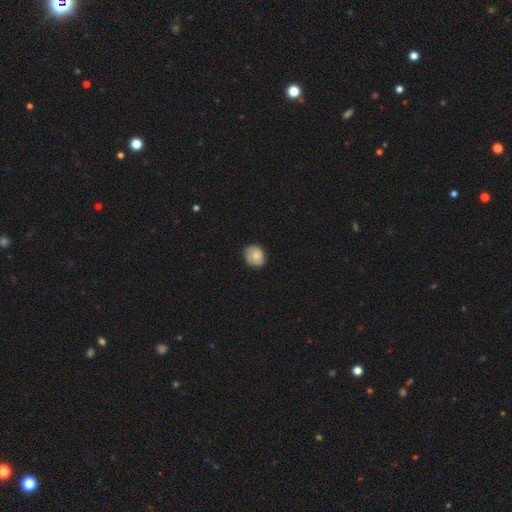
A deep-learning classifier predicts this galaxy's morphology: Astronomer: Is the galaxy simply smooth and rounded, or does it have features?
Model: smooth — 73%.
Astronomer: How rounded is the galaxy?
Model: round — 70%.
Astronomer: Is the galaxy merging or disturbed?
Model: none — 76%.